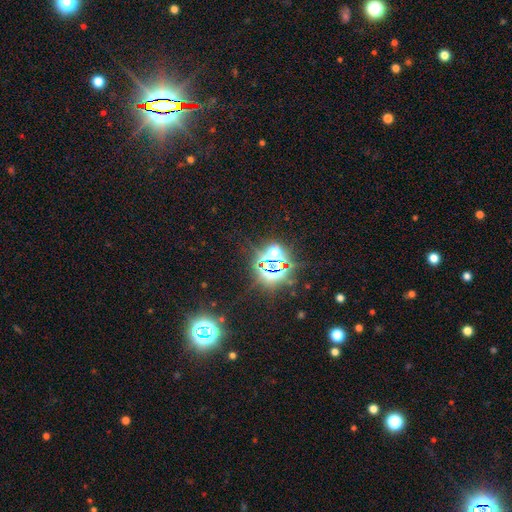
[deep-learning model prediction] star or artifact 84%, smooth 9%, featured or disk 6%.